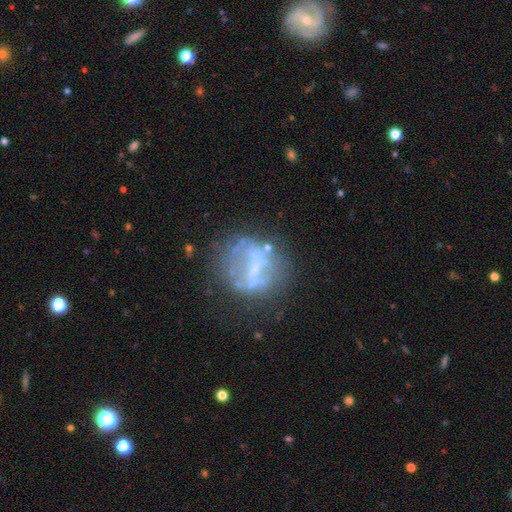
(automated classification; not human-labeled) A featured or disk galaxy (64%) with no bar (47%), no spiral arms (82%) and no central bulge (42%).

Vote fractions:
- Smooth or featured? featured or disk: 64% / smooth: 23% / star or artifact: 13%
- Edge-on disk? no: 97% / yes: 3%
- Bar? no: 47% / weak: 29% / strong: 24%
- Spiral arms? no: 82% / yes: 18%
- Bulge size? none: 42% / small: 30% / moderate: 23% / large: 3% / dominant: 1%
- Merging? none: 51% / major disturbance: 22% / minor disturbance: 18% / merger: 9%